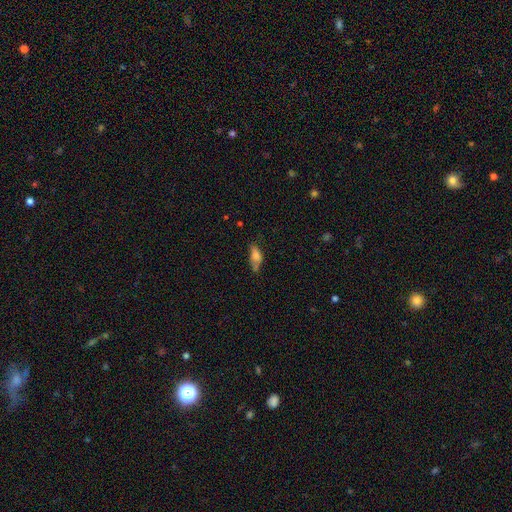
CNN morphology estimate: Overall: smooth (69%). How rounded: in between (75%). Merging: none (42%; minor disturbance 34%).